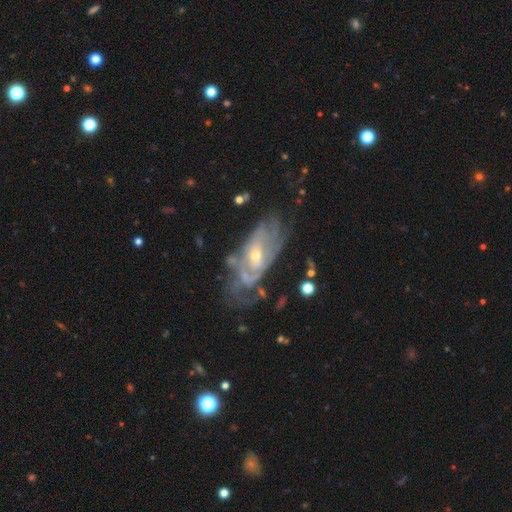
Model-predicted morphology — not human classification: type=featured or disk (82%); edge-on=no (91%); bar=no (61%); spiral arms=yes (82%); winding=tight (56%); arm count=can't tell (54%); bulge=small (57%); merging=none (53%).